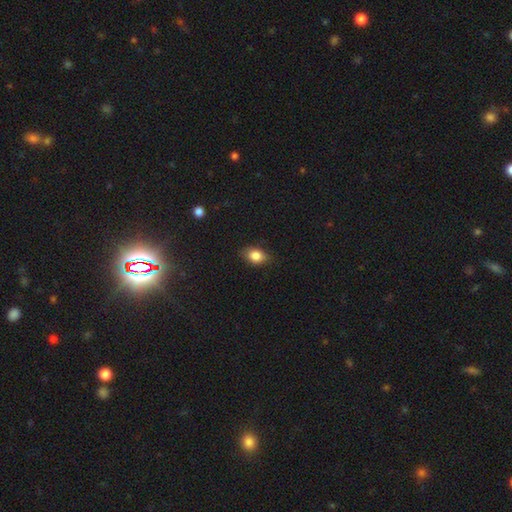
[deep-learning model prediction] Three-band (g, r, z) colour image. It shows a smooth galaxy with no disk features (83%) that is in between round and cigar-shaped (77%). Merging: none (83%).